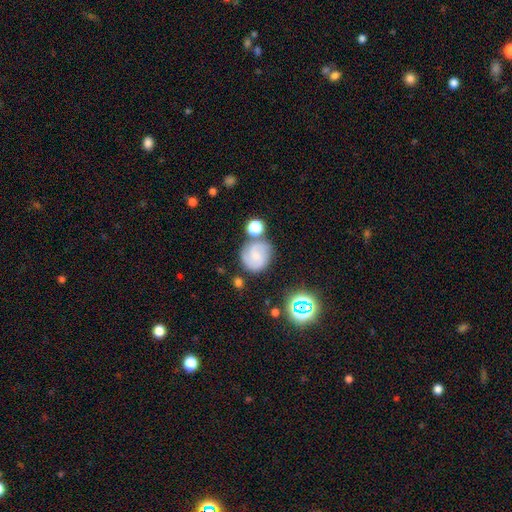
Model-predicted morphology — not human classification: Smooth or featured? Predicted: featured or disk (p=0.48). Merging? Predicted: none (p=0.61).